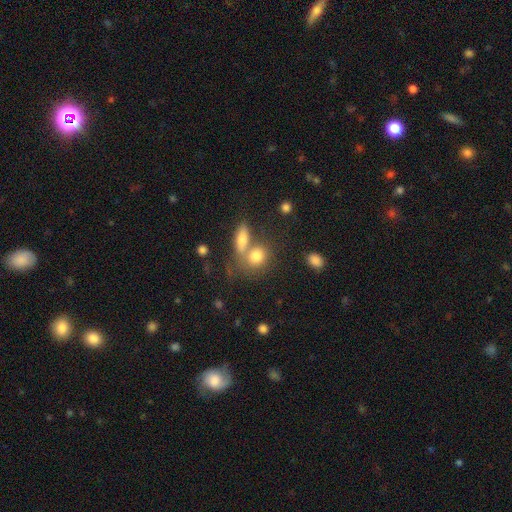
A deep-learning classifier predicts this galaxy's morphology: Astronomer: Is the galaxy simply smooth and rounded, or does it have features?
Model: smooth — 78%.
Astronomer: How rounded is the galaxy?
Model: round — 48%, tied with in between at 48%.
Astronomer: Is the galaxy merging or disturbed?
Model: merger — 44% (runner-up: none, 42%).